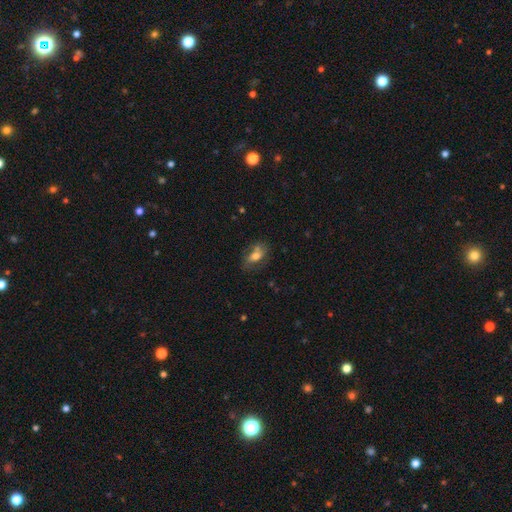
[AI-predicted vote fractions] This appears to be a smooth galaxy with no disk features (57%) that is in between round and cigar-shaped (81%). Merging: none (56%).